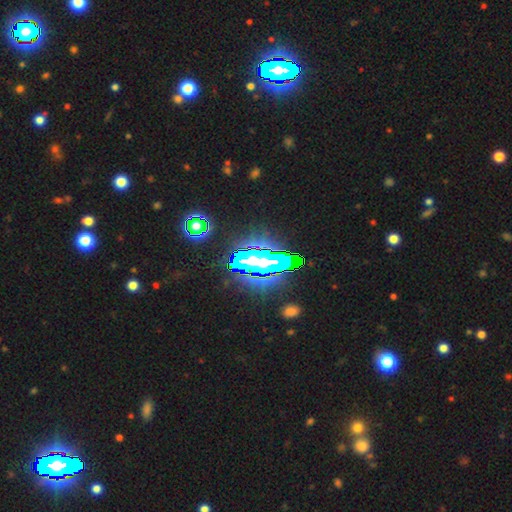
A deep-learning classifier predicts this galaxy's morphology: smooth_or_featured: star or artifact (p=0.64) [alt: featured or disk p=0.19]